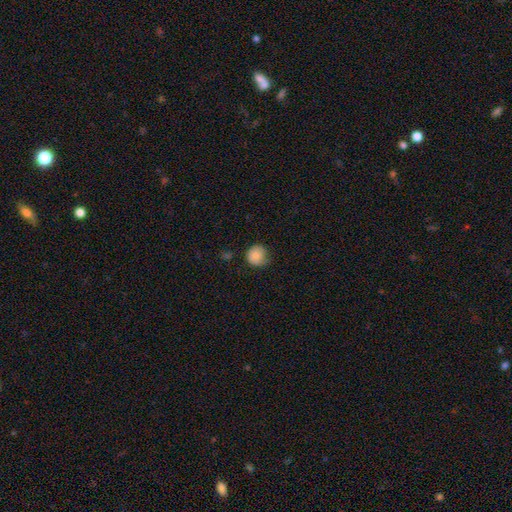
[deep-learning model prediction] The model was most divided on "merging": none: 62%, minor disturbance: 29%, major disturbance: 7%, merger: 2%. More confident: how rounded — round (87%); smooth or featured — smooth (84%).